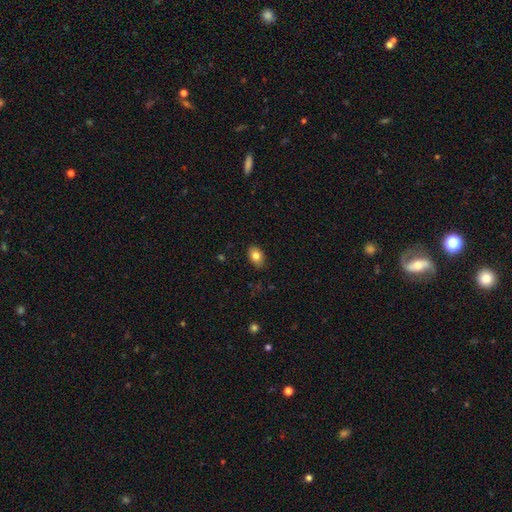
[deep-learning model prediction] Smooth or featured? smooth (82%)
How rounded? in between (83%)
Merging? none (88%)